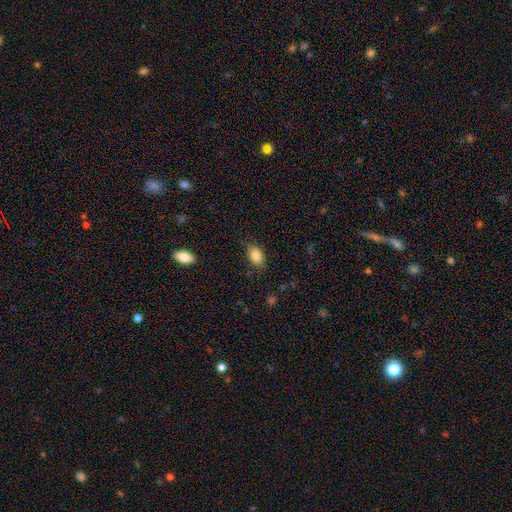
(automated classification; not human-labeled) The model was most divided on "merging": none: 81%, minor disturbance: 15%, major disturbance: 3%, merger: 1%. More confident: smooth or featured — smooth (86%); how rounded — in between (85%).